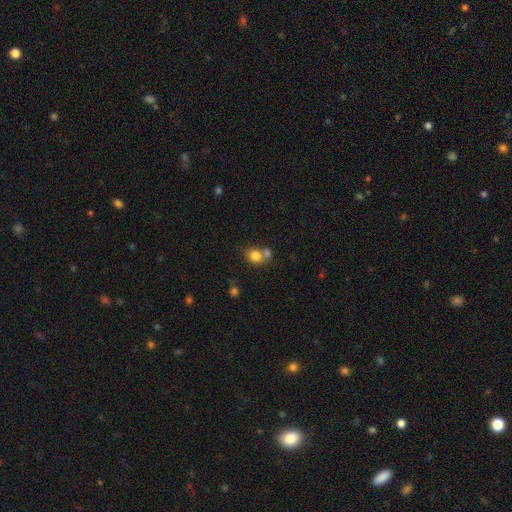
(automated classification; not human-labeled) This appears to be a smooth galaxy with no disk features (80%) that is round (60%). Merging: none (43%).